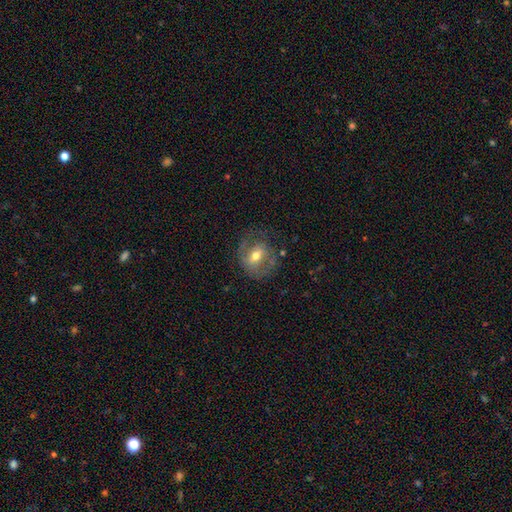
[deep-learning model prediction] The model was most divided on "bar": weak: 43%, no: 30%, strong: 27%. More confident: edge-on disk — no (95%); bulge size — moderate (68%); spiral arms — yes (66%); merging — none (62%); smooth or featured — featured or disk (61%).